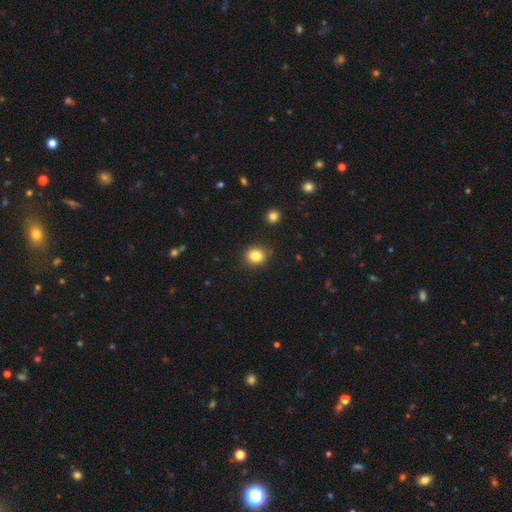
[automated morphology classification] A smooth galaxy with no disk features (84%) that is round (75%).

Vote fractions:
- Smooth or featured? smooth: 84% / star or artifact: 11% / featured or disk: 5%
- How rounded? round: 75% / in between: 24% / cigar-shaped: 1%
- Merging? none: 87% / minor disturbance: 9% / major disturbance: 2% / merger: 2%